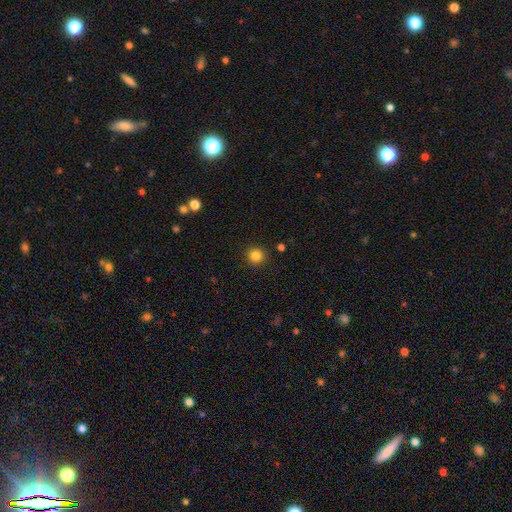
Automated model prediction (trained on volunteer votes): This is clearly a smooth galaxy (84%). How rounded: clearly round (93%). Merging: clearly none (91%).